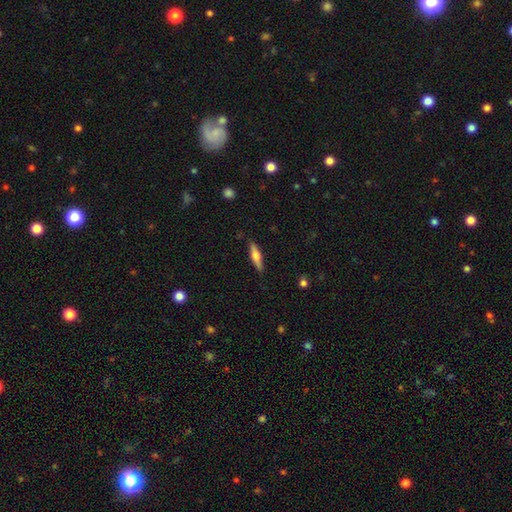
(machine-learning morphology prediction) The model was most divided on "smooth or featured": featured or disk: 48%, smooth: 46%, star or artifact: 6%. More confident: merging — none (88%).